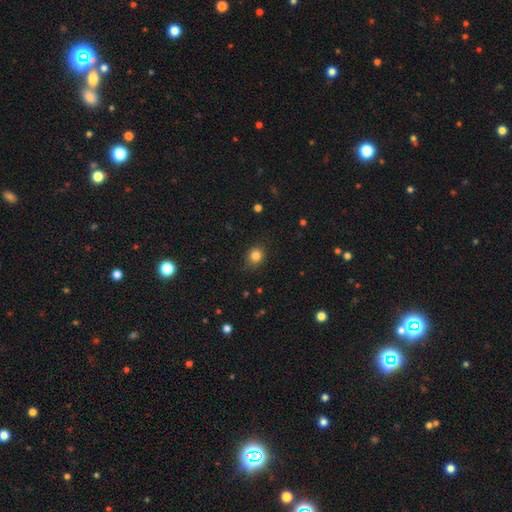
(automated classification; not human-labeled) smooth_or_featured: smooth (p=0.83) [alt: star or artifact p=0.12]
how_rounded: round (p=0.77) [alt: in between p=0.22]
merging: none (p=0.83) [alt: minor disturbance p=0.13]